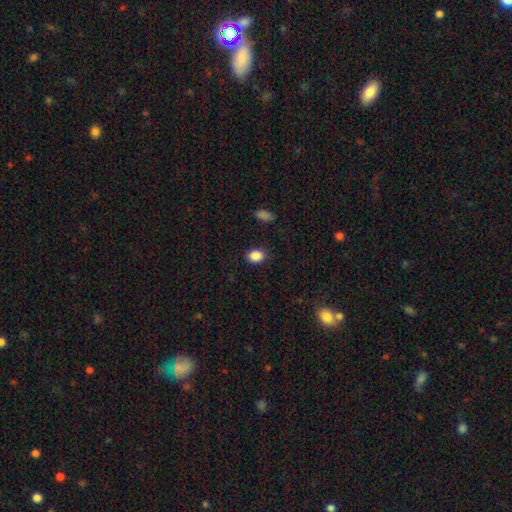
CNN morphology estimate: smooth 88%, star or artifact 9%, featured or disk 3%. Down the decision tree: how rounded — in between (71%); merging — none (86%).